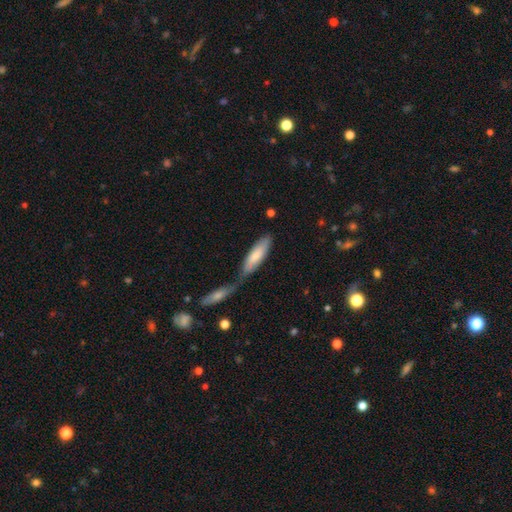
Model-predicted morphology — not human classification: Smooth or featured? smooth (76%)
How rounded? cigar-shaped (51%)
Merging? merger (41%)